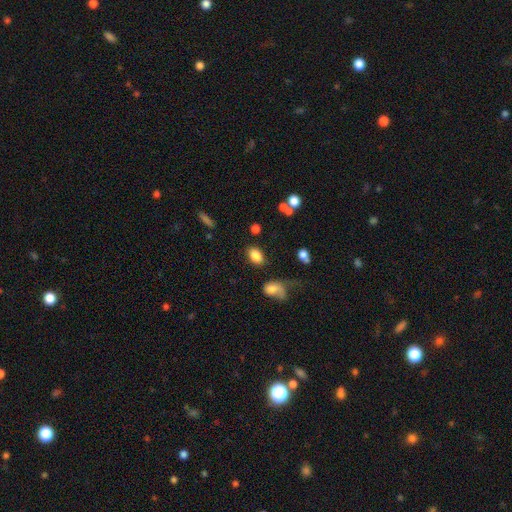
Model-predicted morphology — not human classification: smooth 84%, star or artifact 9%, featured or disk 7%. Down the decision tree: how rounded — in between (82%); merging — none (76%).